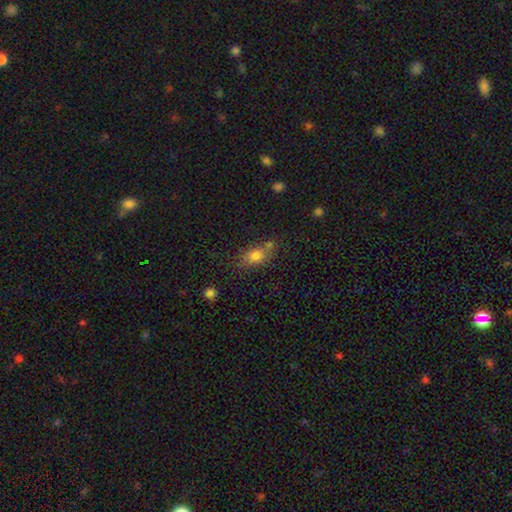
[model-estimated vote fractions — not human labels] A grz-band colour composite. It shows a smooth galaxy with no disk features (75%) that is in between round and cigar-shaped (73%). Merging: none (56%).